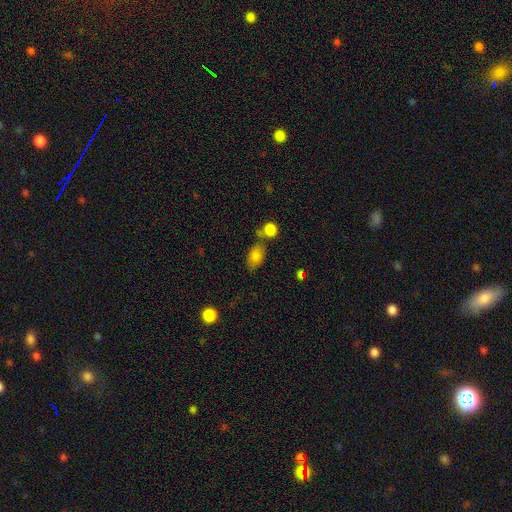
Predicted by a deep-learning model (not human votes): A smooth galaxy with no disk features (82%) that is in between round and cigar-shaped (86%).

Vote fractions:
- Smooth or featured? smooth: 82% / featured or disk: 9% / star or artifact: 9%
- How rounded? in between: 86% / round: 12% / cigar-shaped: 2%
- Merging? none: 58% / merger: 18% / minor disturbance: 17% / major disturbance: 6%